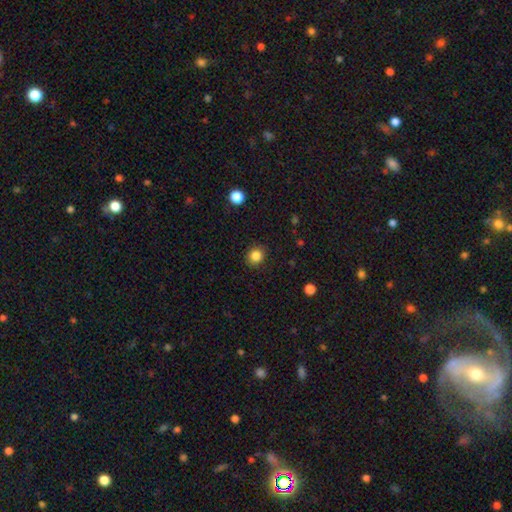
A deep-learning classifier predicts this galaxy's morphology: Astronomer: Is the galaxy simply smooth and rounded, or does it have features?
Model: smooth — 85%.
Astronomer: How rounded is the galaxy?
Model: round — 82%.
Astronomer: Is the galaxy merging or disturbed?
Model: none — 89%.